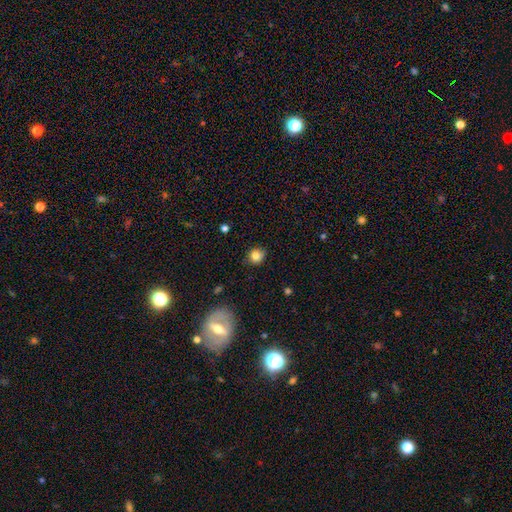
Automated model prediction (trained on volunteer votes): The model was most divided on "how rounded": round: 76%, in between: 23%, cigar-shaped: 1%. More confident: smooth or featured — smooth (81%); merging — none (79%).